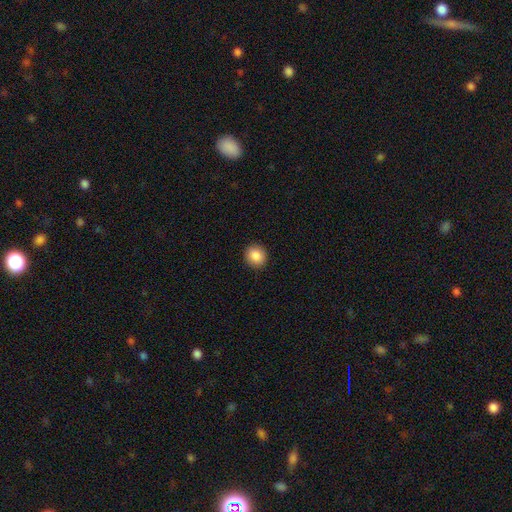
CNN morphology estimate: The model was most divided on "how rounded": round: 83%, in between: 16%, cigar-shaped: 1%. More confident: merging — none (92%); smooth or featured — smooth (88%).